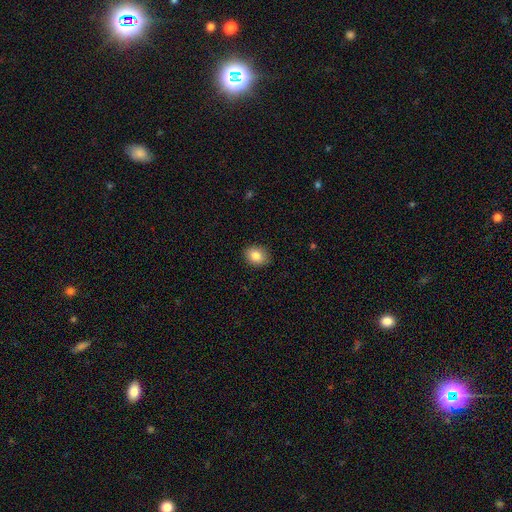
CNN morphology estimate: smooth_or_featured: smooth (p=0.85) [alt: star or artifact p=0.08]
how_rounded: in between (p=0.57) [alt: round p=0.42]
merging: none (p=0.89) [alt: minor disturbance p=0.08]